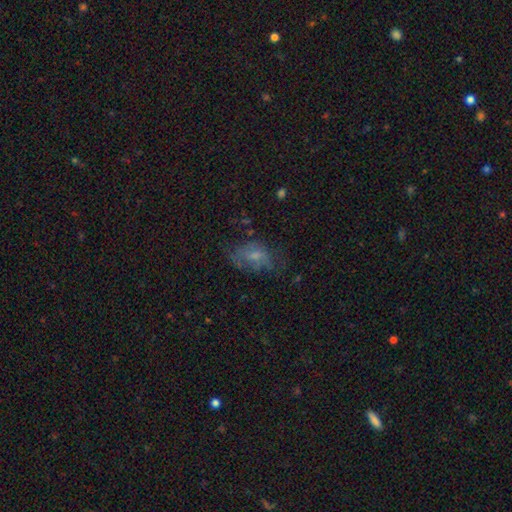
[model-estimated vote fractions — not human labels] smooth-or-featured: smooth: 46% | featured or disk: 41% | star or artifact: 13%
  merging: none: 43% | major disturbance: 29% | minor disturbance: 26% | merger: 3%